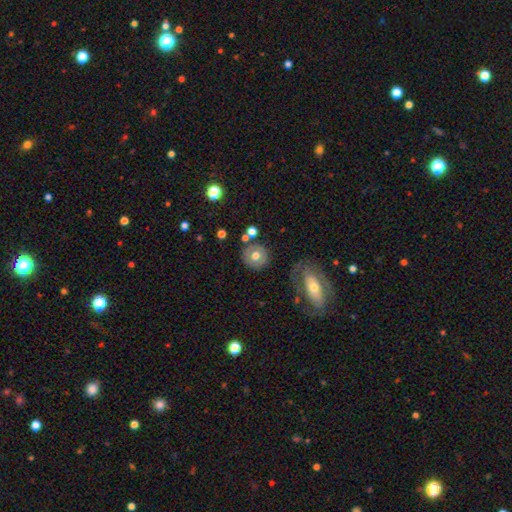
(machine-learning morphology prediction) Overall: smooth (60%; featured or disk 32%). How rounded: round (86%). Merging: none (76%).